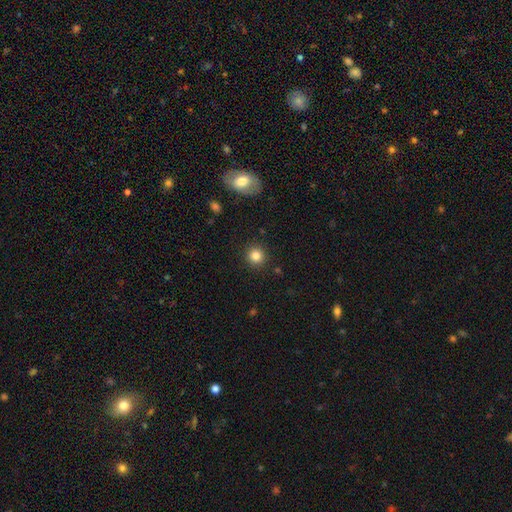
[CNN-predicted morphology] type=smooth (83%); roundness=round (93%); merging=none (91%).